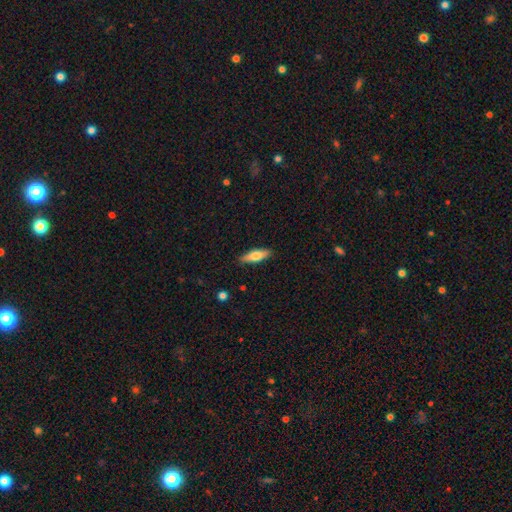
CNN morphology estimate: A smooth galaxy with no disk features (64%) that is cigar-shaped (51%). Merging: none (88%).